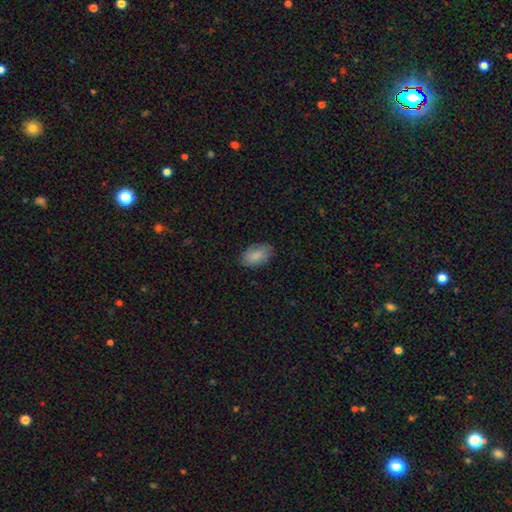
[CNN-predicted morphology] type=smooth (84%); roundness=in between (92%); merging=none (79%).